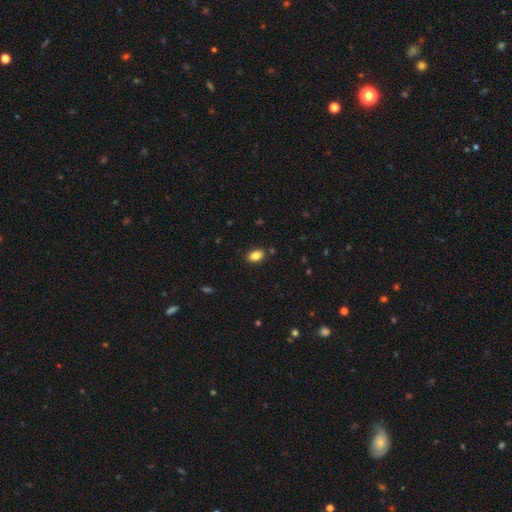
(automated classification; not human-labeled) Q: Smooth or featured?
A: smooth (85%); runner-up: star or artifact (9%)
Q: How rounded?
A: in between (87%); runner-up: round (12%)
Q: Merging?
A: none (86%); runner-up: minor disturbance (9%)